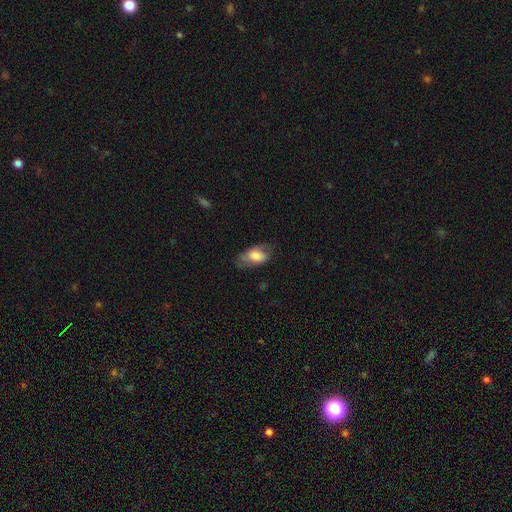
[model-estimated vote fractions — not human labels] Morphology: type=smooth (66%); roundness=in between (90%); merging=none (57%).